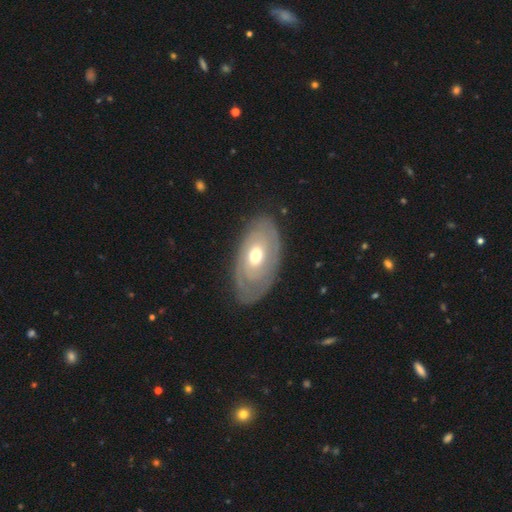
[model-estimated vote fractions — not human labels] Overall: featured or disk (62%; smooth 32%). Edge-on disk: no (90%). Bar: no (80%). Spiral arms: yes (53%; no 47%). Bulge size: moderate (71%). Merging: none (79%).